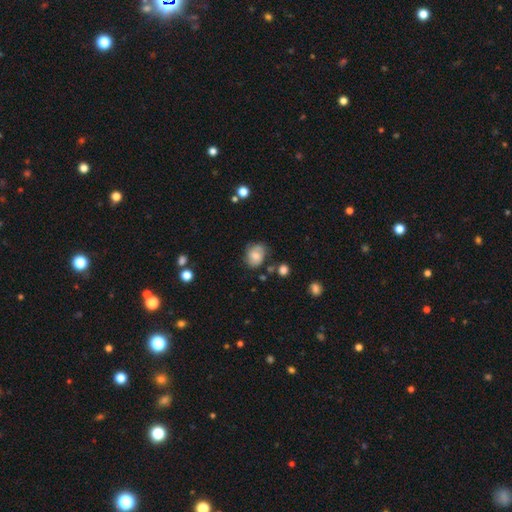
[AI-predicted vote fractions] Morphology: type=smooth (66%); roundness=round (50%); merging=none (64%).